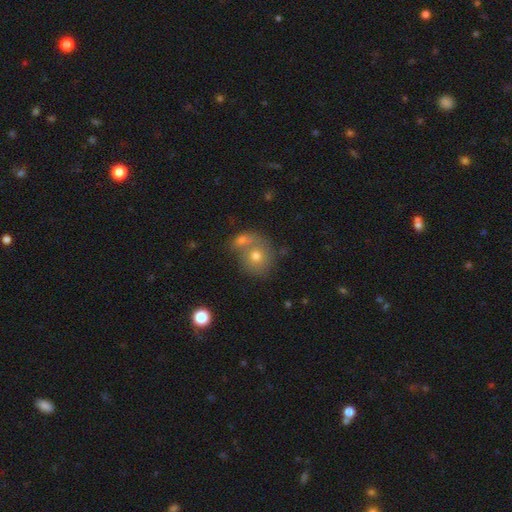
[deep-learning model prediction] This appears to be a smooth galaxy with no disk features (65%) that is round (81%). Merging: merger (46%).